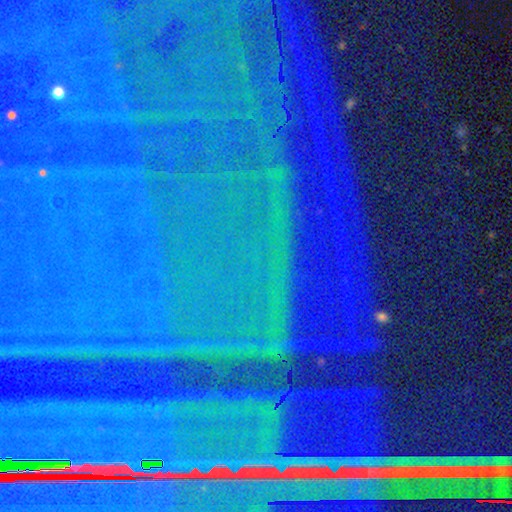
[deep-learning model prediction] Smooth or featured? Predicted: star or artifact (p=0.88).